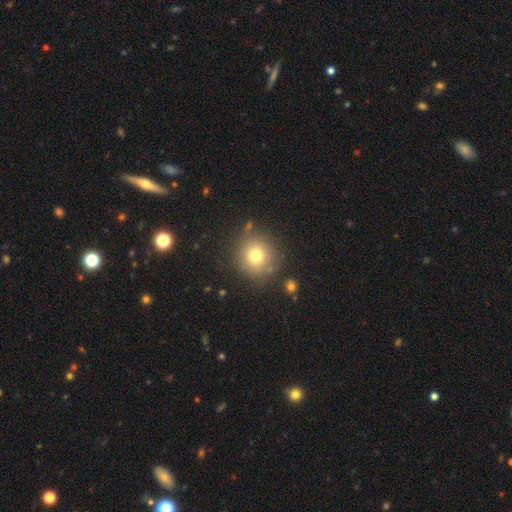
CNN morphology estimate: Q: Smooth or featured?
A: smooth (75%); runner-up: star or artifact (13%)
Q: How rounded?
A: round (92%); runner-up: in between (7%)
Q: Merging?
A: none (83%); runner-up: minor disturbance (9%)